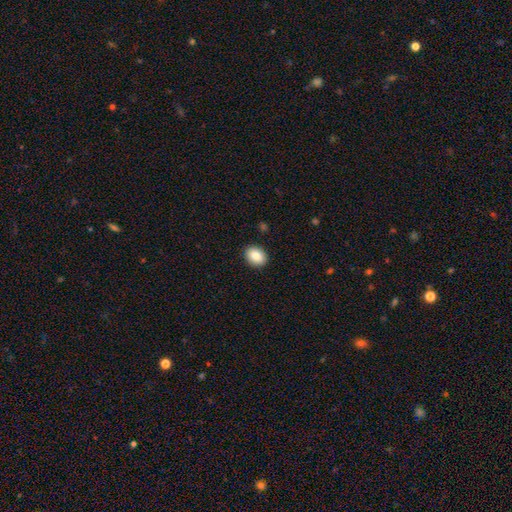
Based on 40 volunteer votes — smooth-or-featured: smooth: 92% | featured or disk: 5% | star or artifact: 2%
  how-rounded: in between: 70% | round: 30% | cigar-shaped: 0%
  merging: none: 97% | minor disturbance: 3% | major disturbance: 0% | merger: 0%